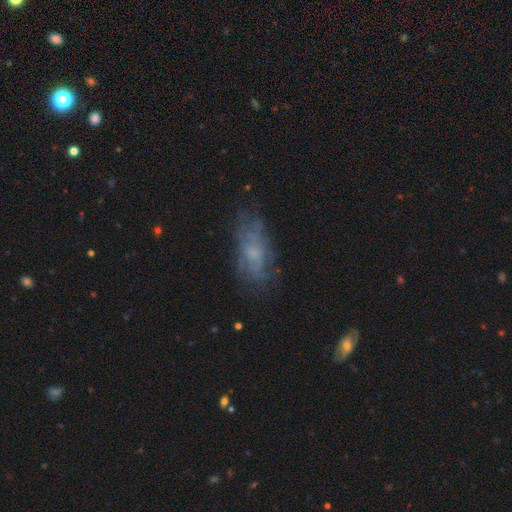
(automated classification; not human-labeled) A smooth galaxy with no disk features (48%). Merging: none (69%).